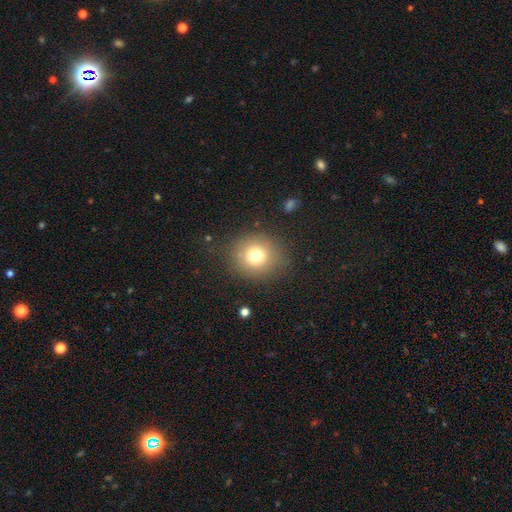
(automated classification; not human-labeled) Overall: smooth (75%). How rounded: round (86%). Merging: none (83%).